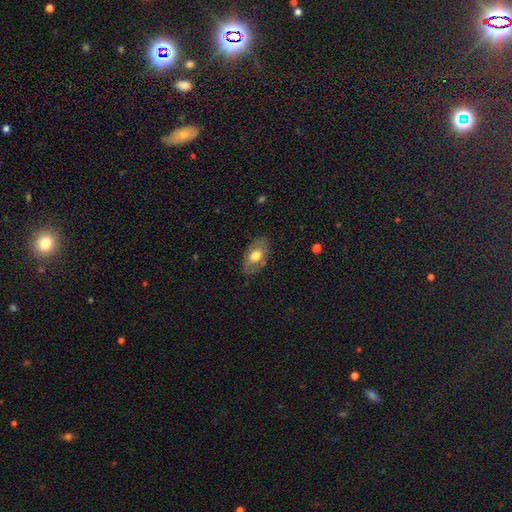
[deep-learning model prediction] A smooth galaxy with no disk features (60%) that is in between round and cigar-shaped (90%). Merging: none (78%).